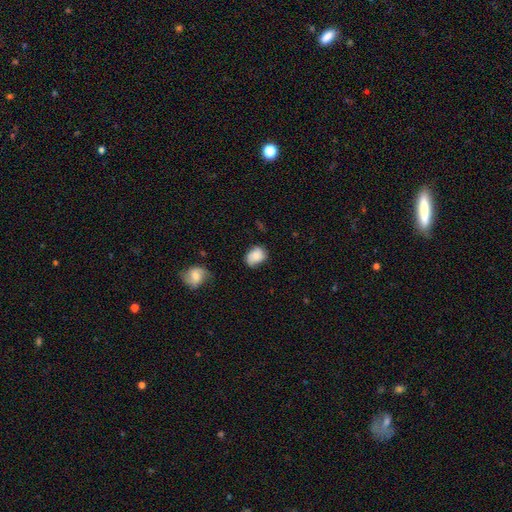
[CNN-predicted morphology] Overall: smooth (70%). How rounded: in between (65%; round 34%). Merging: none (58%; minor disturbance 32%).